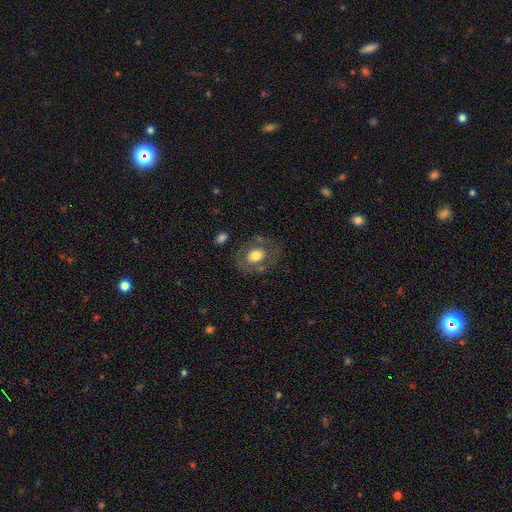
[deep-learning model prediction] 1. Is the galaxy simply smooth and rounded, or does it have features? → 62% smooth, 30% featured or disk, 8% star or artifact.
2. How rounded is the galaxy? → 60% in between, 39% round, 1% cigar-shaped.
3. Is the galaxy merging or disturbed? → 71% none, 15% minor disturbance, 10% major disturbance, 4% merger.